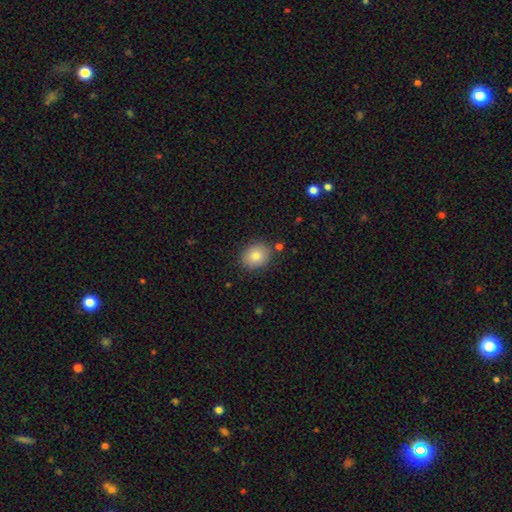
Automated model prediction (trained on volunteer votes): This is clearly a smooth galaxy (81%). How rounded: possibly round (56%). Merging: clearly none (84%).